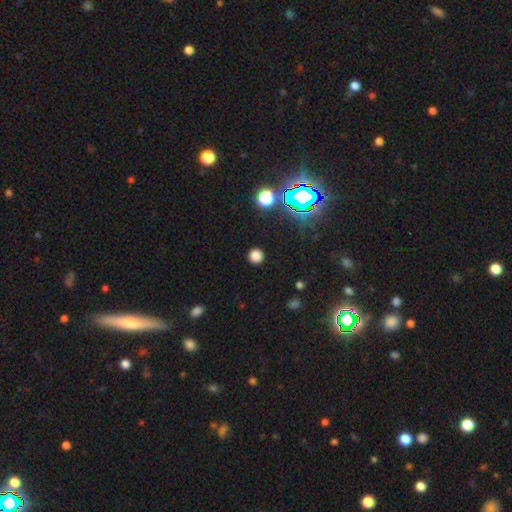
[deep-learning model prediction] This appears to be a smooth galaxy with no disk features (77%) that is round (95%). Merging: none (91%).